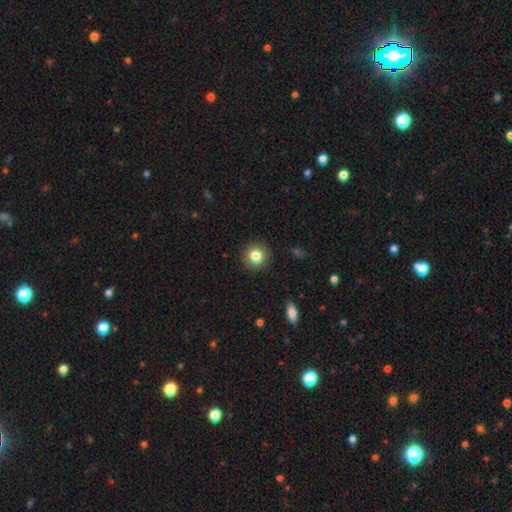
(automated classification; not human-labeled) Q: Smooth or featured?
A: smooth (83%); runner-up: star or artifact (10%)
Q: How rounded?
A: round (89%); runner-up: in between (10%)
Q: Merging?
A: none (91%); runner-up: minor disturbance (6%)